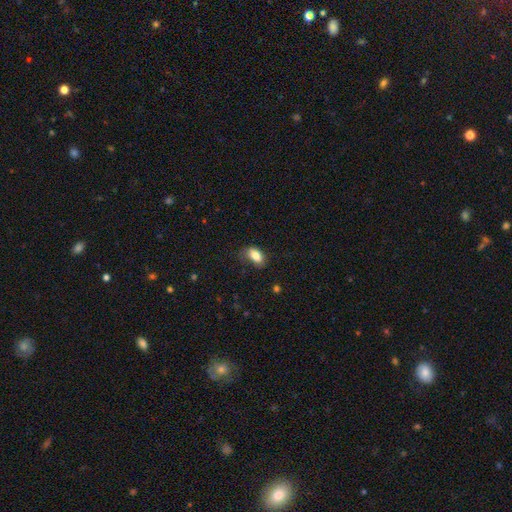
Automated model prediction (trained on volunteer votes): Smooth or featured: smooth — 83% (featured or disk — 9%)
How rounded: in between — 90% (round — 7%)
Merging: none — 66% (minor disturbance — 25%)